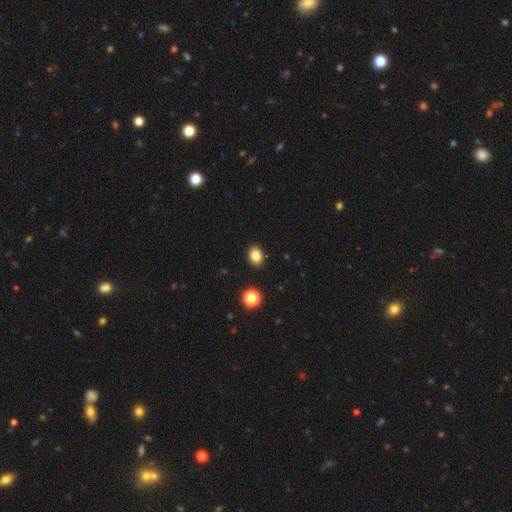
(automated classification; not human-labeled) Smooth or featured: smooth — 84% (star or artifact — 11%)
How rounded: in between — 64% (round — 36%)
Merging: none — 90% (minor disturbance — 7%)